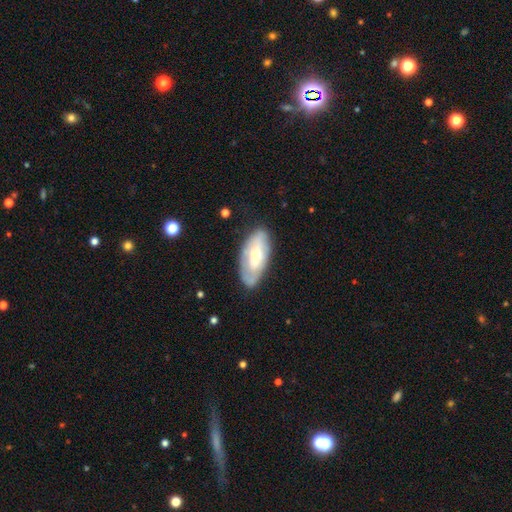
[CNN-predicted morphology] Overall: smooth (49%; featured or disk 45%). Merging: none (71%).